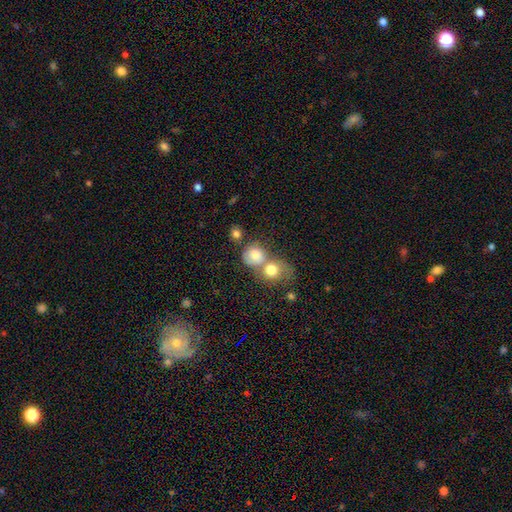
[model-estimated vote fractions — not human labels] smooth-or-featured: smooth: 73% | featured or disk: 15% | star or artifact: 12%
  how-rounded: round: 79% | in between: 20% | cigar-shaped: 1%
  merging: merger: 56% | none: 31% | minor disturbance: 8% | major disturbance: 5%